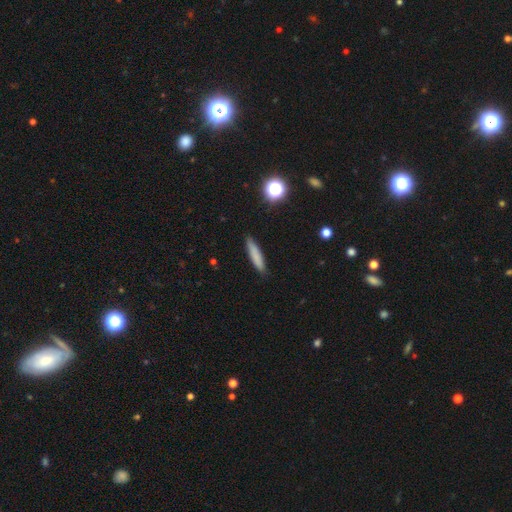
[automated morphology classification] Q: Smooth or featured?
A: smooth (78%); runner-up: featured or disk (13%)
Q: How rounded?
A: cigar-shaped (86%); runner-up: in between (12%)
Q: Merging?
A: none (87%); runner-up: minor disturbance (10%)